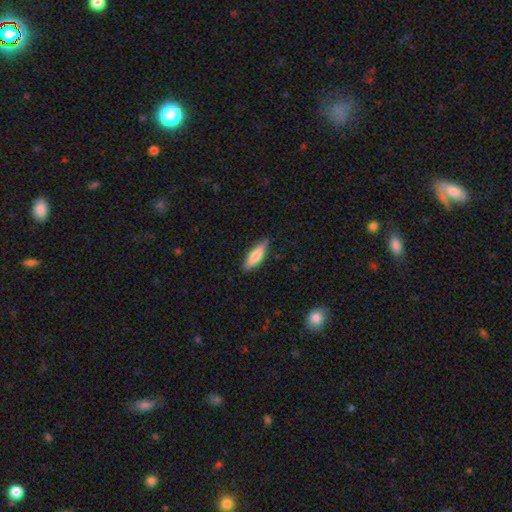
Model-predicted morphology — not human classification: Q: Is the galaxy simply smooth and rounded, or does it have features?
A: smooth — 72%.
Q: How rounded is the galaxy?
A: cigar-shaped — 50%.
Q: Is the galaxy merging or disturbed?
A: none — 83%.